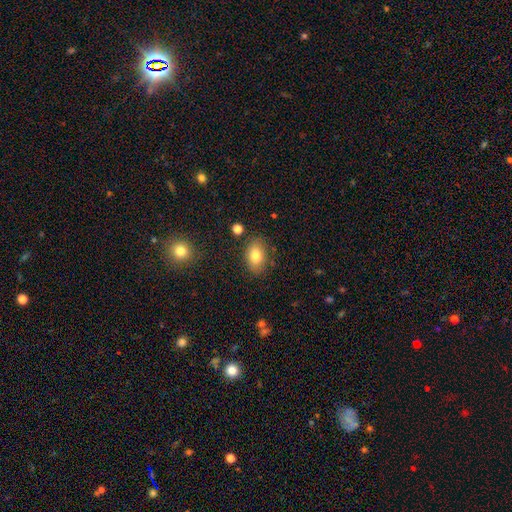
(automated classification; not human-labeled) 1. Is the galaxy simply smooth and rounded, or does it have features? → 80% smooth, 11% featured or disk, 9% star or artifact.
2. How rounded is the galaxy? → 82% in between, 17% round, 1% cigar-shaped.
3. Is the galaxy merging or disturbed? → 81% none, 13% minor disturbance, 3% major disturbance, 3% merger.